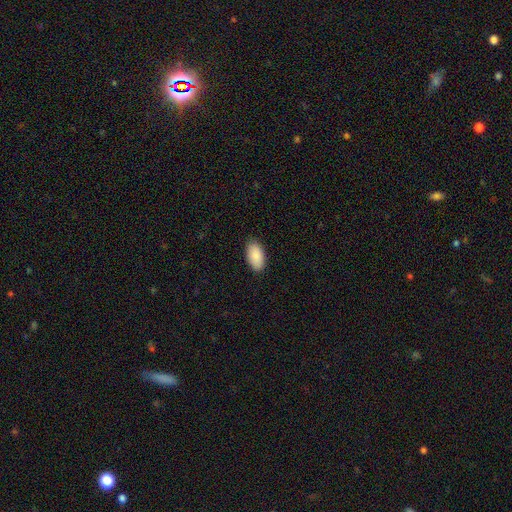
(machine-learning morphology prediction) smooth-or-featured: smooth: 89% | star or artifact: 6% | featured or disk: 5%
  how-rounded: in between: 95% | round: 2% | cigar-shaped: 2%
  merging: none: 86% | minor disturbance: 11% | major disturbance: 2% | merger: 1%